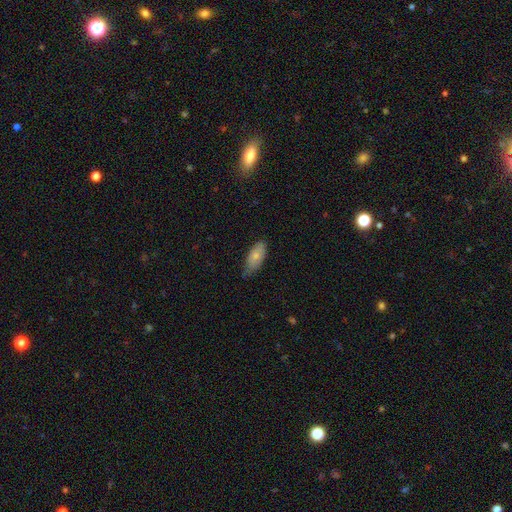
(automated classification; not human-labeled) smooth 74%, featured or disk 20%, star or artifact 6%. Down the decision tree: how rounded — in between (88%); merging — none (58%).